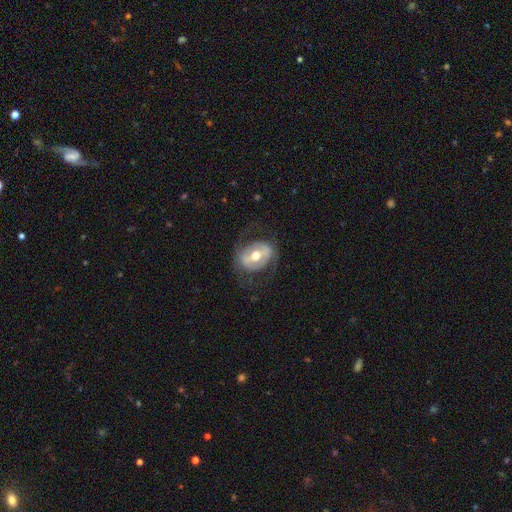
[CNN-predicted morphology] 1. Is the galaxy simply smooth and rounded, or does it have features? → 69% featured or disk, 25% smooth, 6% star or artifact.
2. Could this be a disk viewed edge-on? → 94% no, 6% yes.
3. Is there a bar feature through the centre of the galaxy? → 43% strong, 34% weak, 23% no.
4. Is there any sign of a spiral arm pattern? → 51% no, 49% yes.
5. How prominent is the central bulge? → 76% moderate, 12% small, 10% large, 1% dominant, 1% none.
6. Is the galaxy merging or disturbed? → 70% none, 15% major disturbance, 14% minor disturbance, 1% merger.